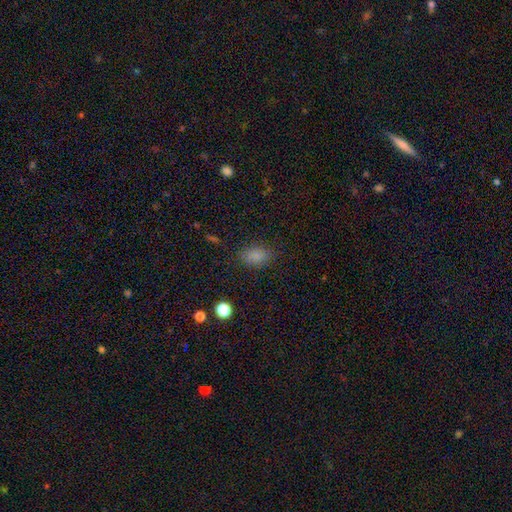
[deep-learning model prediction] smooth_or_featured: smooth (p=0.84) [alt: star or artifact p=0.12]
how_rounded: in between (p=0.84) [alt: round p=0.14]
merging: none (p=0.83) [alt: minor disturbance p=0.12]